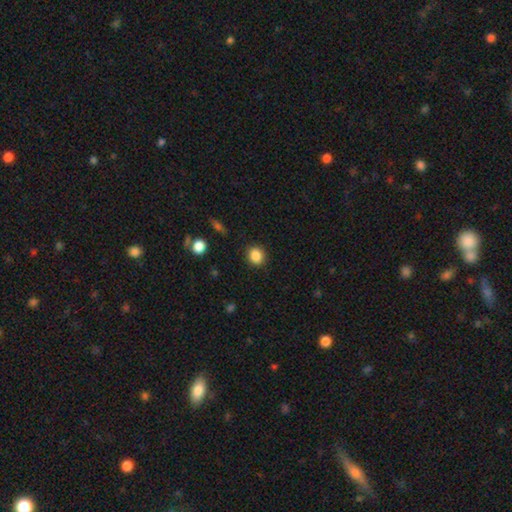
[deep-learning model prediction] Q: Smooth or featured?
A: smooth (87%); runner-up: star or artifact (10%)
Q: How rounded?
A: round (81%); runner-up: in between (18%)
Q: Merging?
A: none (89%); runner-up: minor disturbance (7%)